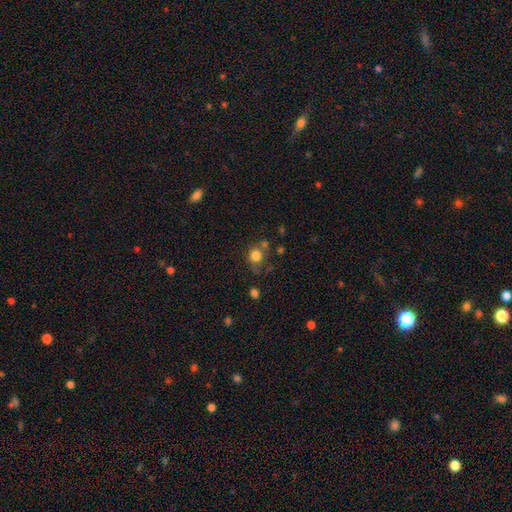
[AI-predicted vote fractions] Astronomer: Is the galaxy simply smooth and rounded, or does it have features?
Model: smooth — 81%.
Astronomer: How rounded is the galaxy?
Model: round — 79%.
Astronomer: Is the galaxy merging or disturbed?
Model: none — 58%.